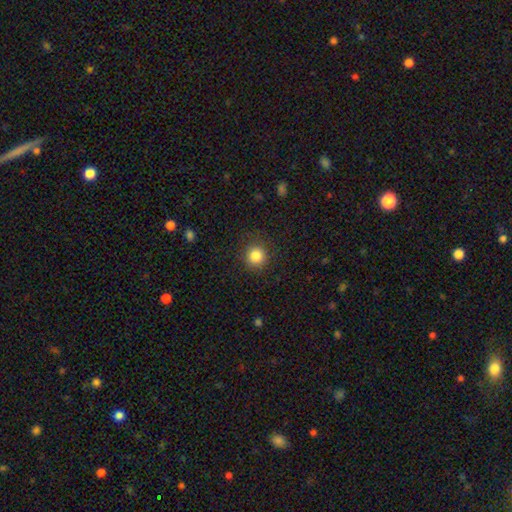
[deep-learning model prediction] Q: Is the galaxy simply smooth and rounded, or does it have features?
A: smooth — 84%.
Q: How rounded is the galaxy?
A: round — 93%.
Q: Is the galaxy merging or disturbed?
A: none — 88%.